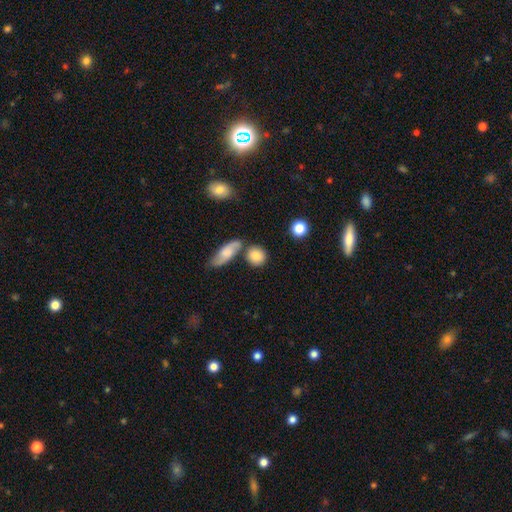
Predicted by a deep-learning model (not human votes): The model was most divided on "merging": none: 68%, merger: 16%, minor disturbance: 12%, major disturbance: 4%. More confident: smooth or featured — smooth (84%); how rounded — round (77%).